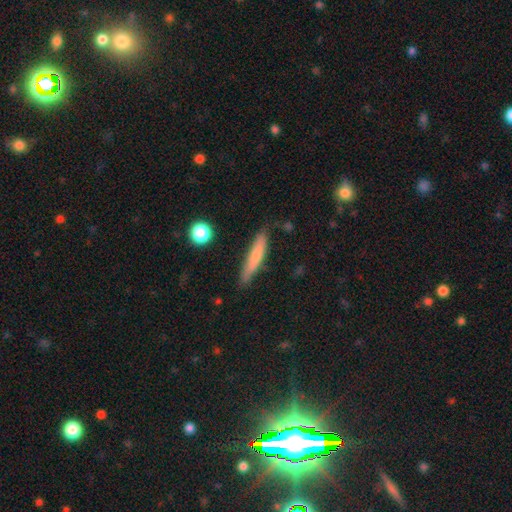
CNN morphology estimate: smooth-or-featured: smooth: 70% | featured or disk: 23% | star or artifact: 7%
  how-rounded: cigar-shaped: 90% | in between: 9% | round: 1%
  merging: none: 78% | minor disturbance: 17% | major disturbance: 3% | merger: 2%